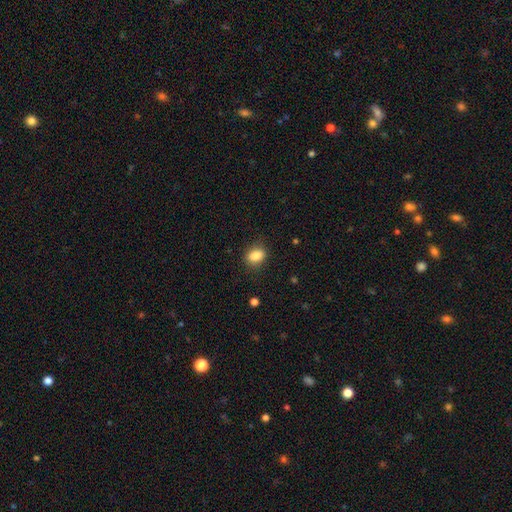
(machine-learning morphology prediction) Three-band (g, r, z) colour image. It shows a smooth galaxy with no disk features (85%) that is in between round and cigar-shaped (72%). Merging: none (82%).